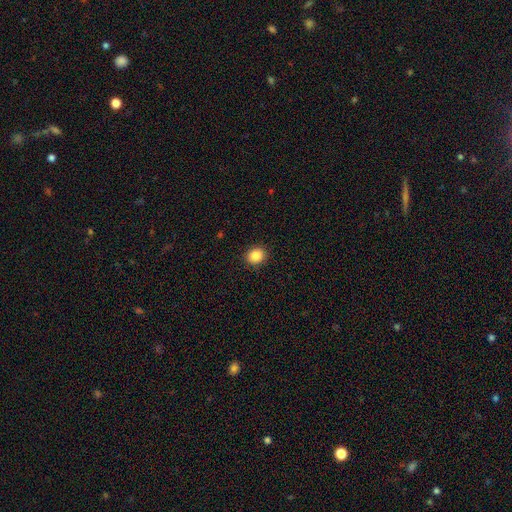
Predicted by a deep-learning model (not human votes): Overall: smooth (87%). How rounded: round (74%). Merging: none (91%).